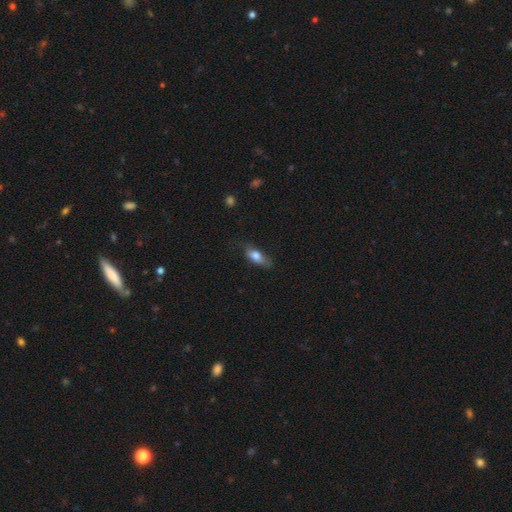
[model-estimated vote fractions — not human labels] Smooth or featured? smooth (74%)
How rounded? in between (75%)
Merging? none (63%)